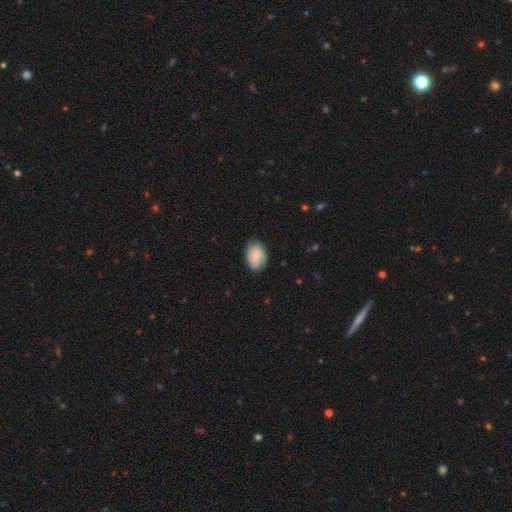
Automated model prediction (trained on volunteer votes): The model was most divided on "smooth or featured": smooth: 66%, featured or disk: 27%, star or artifact: 7%. More confident: how rounded — in between (85%); merging — none (74%).